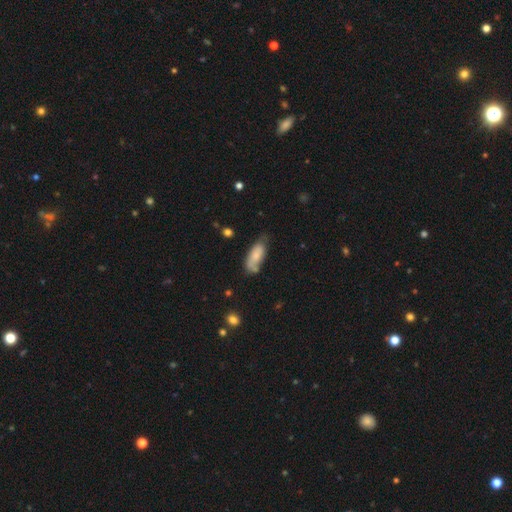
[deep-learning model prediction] smooth_or_featured: smooth (p=0.72) [alt: featured or disk p=0.22]
how_rounded: in between (p=0.81) [alt: cigar-shaped p=0.17]
merging: none (p=0.49) [alt: minor disturbance p=0.33]